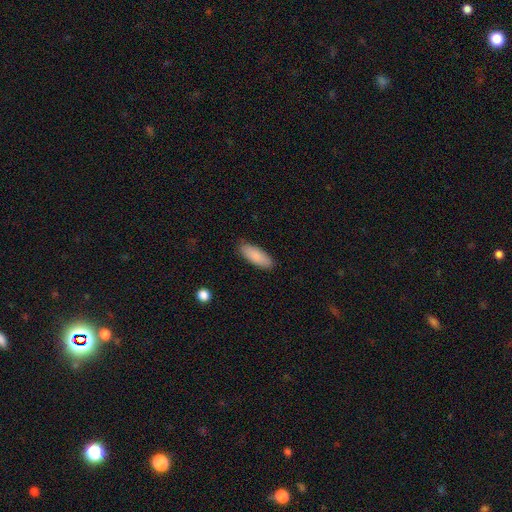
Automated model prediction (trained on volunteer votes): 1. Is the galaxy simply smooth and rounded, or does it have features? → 88% smooth, 6% featured or disk, 6% star or artifact.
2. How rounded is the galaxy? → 69% in between, 29% cigar-shaped, 2% round.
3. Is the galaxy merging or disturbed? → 88% none, 9% minor disturbance, 2% major disturbance, 1% merger.